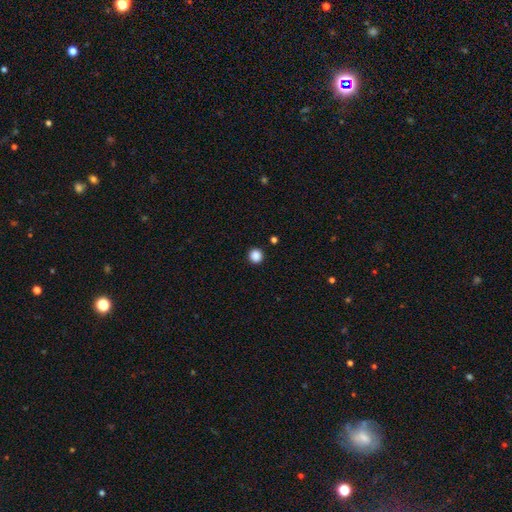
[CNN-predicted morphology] This appears to be a smooth galaxy with no disk features (87%) that is round (94%). Merging: none (92%).